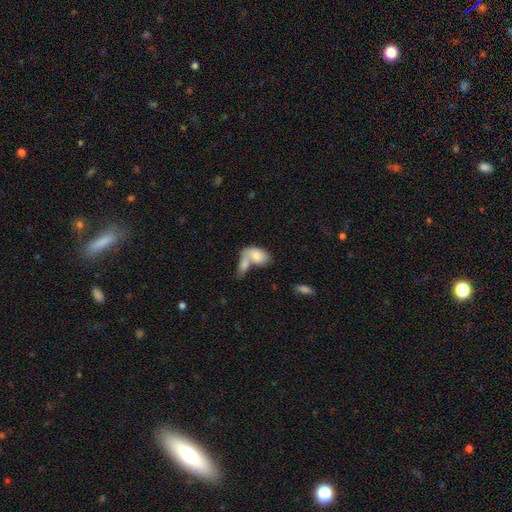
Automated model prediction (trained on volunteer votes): Q: Smooth or featured?
A: smooth (77%); runner-up: featured or disk (17%)
Q: How rounded?
A: in between (91%); runner-up: round (6%)
Q: Merging?
A: merger (70%); runner-up: none (18%)